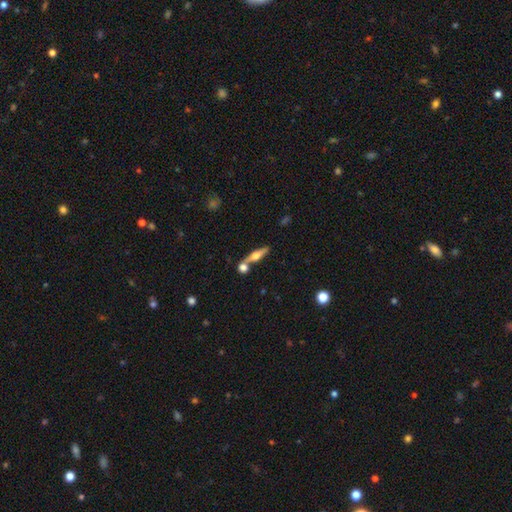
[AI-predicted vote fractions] A featured or disk galaxy (61%) viewed edge-on (94%) with a rounded central bulge (93%).

Vote fractions:
- Smooth or featured? featured or disk: 61% / smooth: 32% / star or artifact: 7%
- Edge-on disk? yes: 94% / no: 6%
- Edge-on bulge? rounded: 93% / boxy: 4% / none: 3%
- Merging? none: 65% / merger: 23% / minor disturbance: 9% / major disturbance: 3%